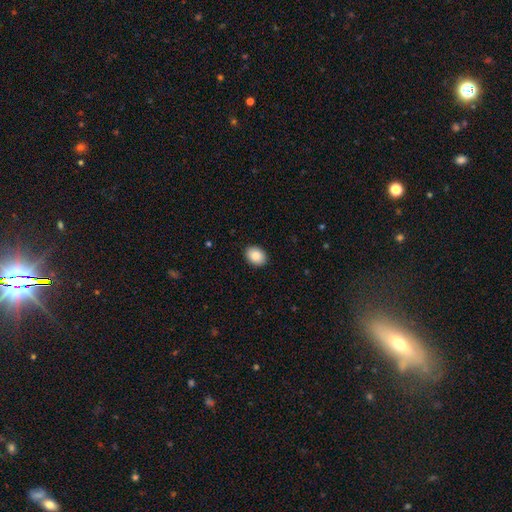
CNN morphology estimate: Smooth or featured?
  - smooth: 87% *
  - star or artifact: 7%
  - featured or disk: 5%
How rounded?
  - in between: 72% *
  - round: 28%
  - cigar-shaped: 1%
Merging?
  - none: 91% *
  - minor disturbance: 7%
  - major disturbance: 2%
  - merger: 1%